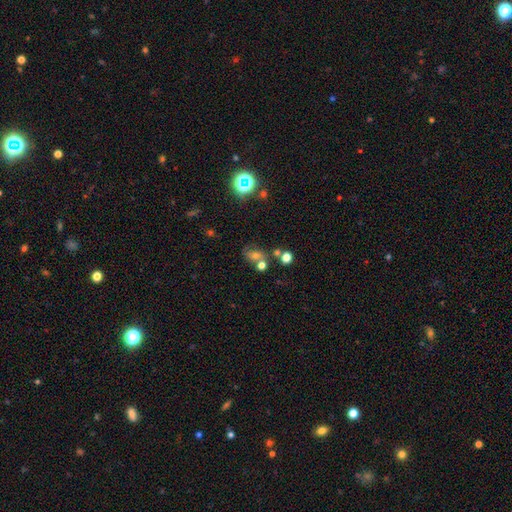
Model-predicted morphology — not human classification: The model was most divided on "merging": none: 46%, merger: 29%, minor disturbance: 16%, major disturbance: 9%. Remaining: smooth or featured — smooth (47%).